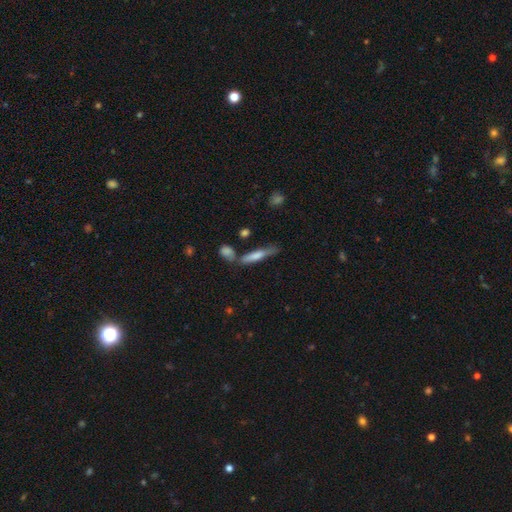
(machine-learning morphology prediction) Smooth or featured?
  - smooth: 65% *
  - featured or disk: 28%
  - star or artifact: 7%
How rounded?
  - cigar-shaped: 83% *
  - in between: 15%
  - round: 2%
Merging?
  - none: 60% *
  - minor disturbance: 20%
  - merger: 13%
  - major disturbance: 6%